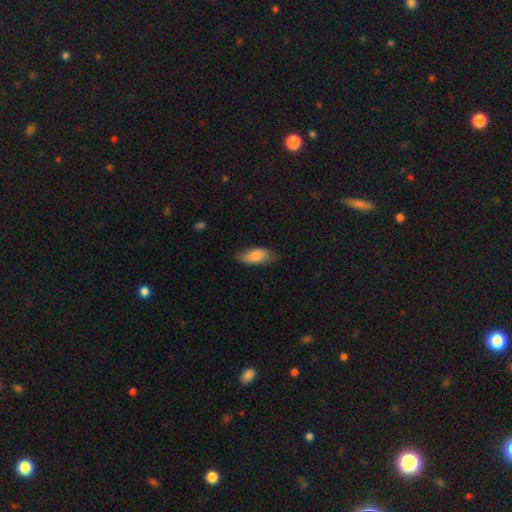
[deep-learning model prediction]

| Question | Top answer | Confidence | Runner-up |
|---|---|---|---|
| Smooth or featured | smooth | 80% | featured or disk (14%) |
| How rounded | in between | 87% | cigar-shaped (11%) |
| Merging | none | 71% | minor disturbance (24%) |